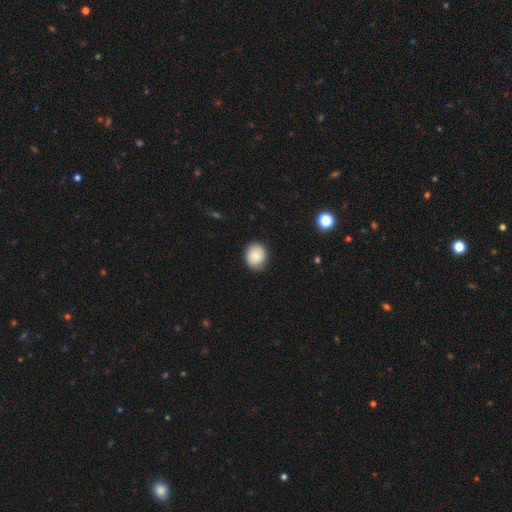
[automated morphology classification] A smooth galaxy with no disk features (82%) that is round (74%).

Vote fractions:
- Smooth or featured? smooth: 82% / featured or disk: 10% / star or artifact: 8%
- How rounded? round: 74% / in between: 25% / cigar-shaped: 1%
- Merging? none: 76% / minor disturbance: 19% / major disturbance: 4% / merger: 1%